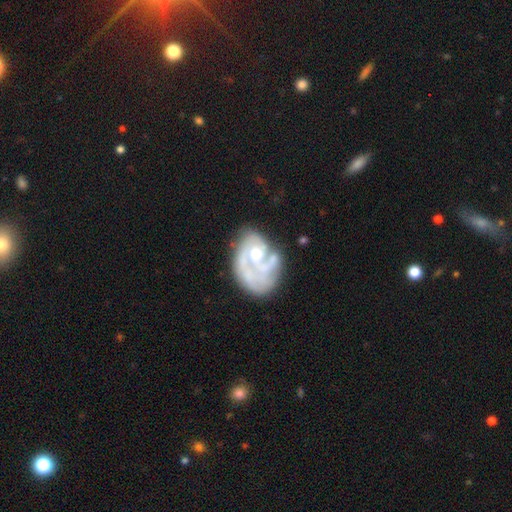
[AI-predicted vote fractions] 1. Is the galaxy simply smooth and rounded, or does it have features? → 76% featured or disk, 18% smooth, 6% star or artifact.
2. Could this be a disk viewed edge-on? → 98% no, 2% yes.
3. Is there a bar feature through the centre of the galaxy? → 76% no, 20% weak, 4% strong.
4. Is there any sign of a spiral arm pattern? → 76% yes, 24% no.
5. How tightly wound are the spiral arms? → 49% tight, 32% medium, 19% loose.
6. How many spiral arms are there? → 47% 1, 22% can't tell, 18% 2, 8% 3, 3% 4, 3% more than 4.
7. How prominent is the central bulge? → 55% moderate, 21% small, 11% none, 11% large, 2% dominant.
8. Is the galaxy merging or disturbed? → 42% none, 27% major disturbance, 22% minor disturbance, 9% merger.